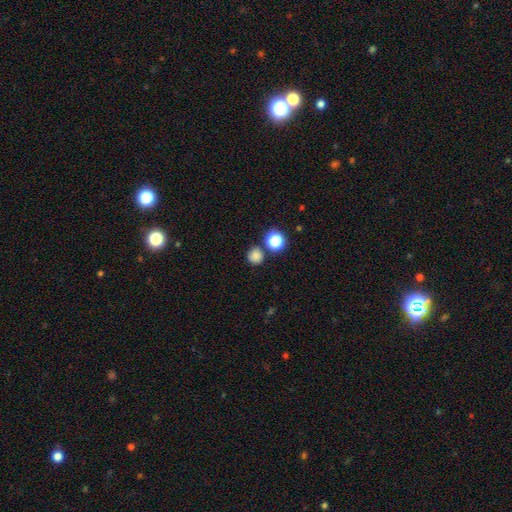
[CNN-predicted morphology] Smooth or featured? Predicted: smooth (p=0.80). How rounded? Predicted: round (p=0.92). Merging? Predicted: none (p=0.77).